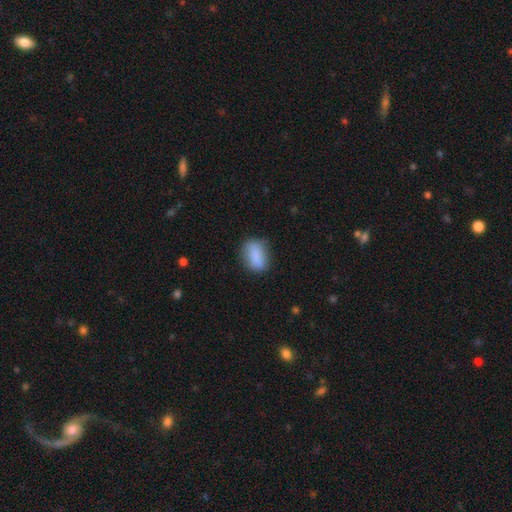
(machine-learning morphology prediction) A smooth galaxy with no disk features (84%) that is in between round and cigar-shaped (81%).

Vote fractions:
- Smooth or featured? smooth: 84% / featured or disk: 8% / star or artifact: 8%
- How rounded? in between: 81% / round: 15% / cigar-shaped: 4%
- Merging? none: 72% / minor disturbance: 21% / major disturbance: 5% / merger: 2%